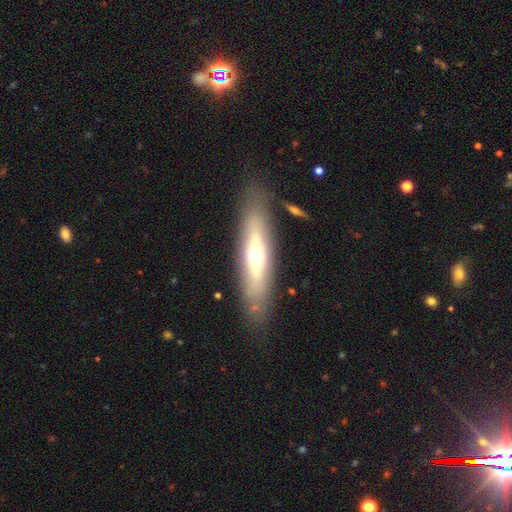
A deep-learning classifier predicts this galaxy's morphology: This appears to be a featured or disk galaxy (49%). Merging: none (80%).